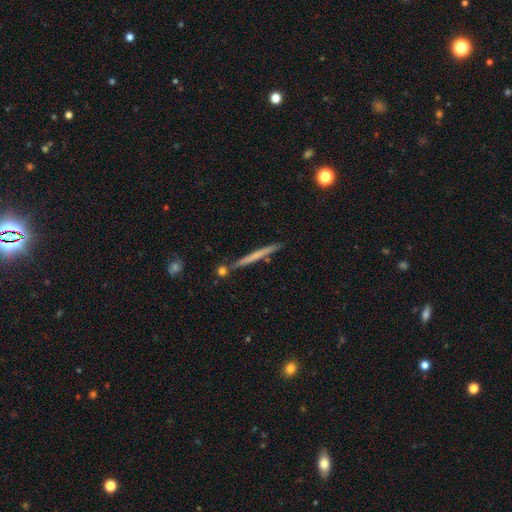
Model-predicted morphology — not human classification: This appears to be a featured or disk galaxy (47%). Merging: none (84%).